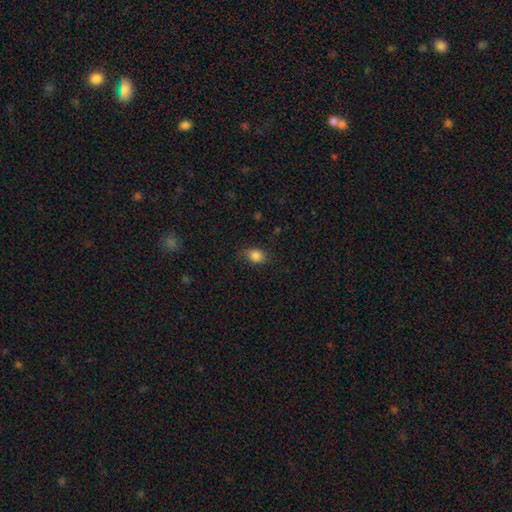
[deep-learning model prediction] The model was most divided on "how rounded": in between: 62%, round: 37%, cigar-shaped: 1%. More confident: smooth or featured — smooth (85%); merging — none (75%).